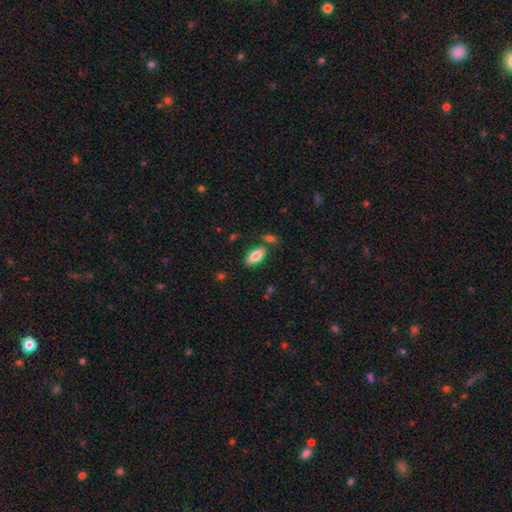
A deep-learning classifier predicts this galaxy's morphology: Q: Smooth or featured?
A: smooth (84%); runner-up: featured or disk (9%)
Q: How rounded?
A: in between (93%); runner-up: cigar-shaped (4%)
Q: Merging?
A: none (76%); runner-up: minor disturbance (12%)